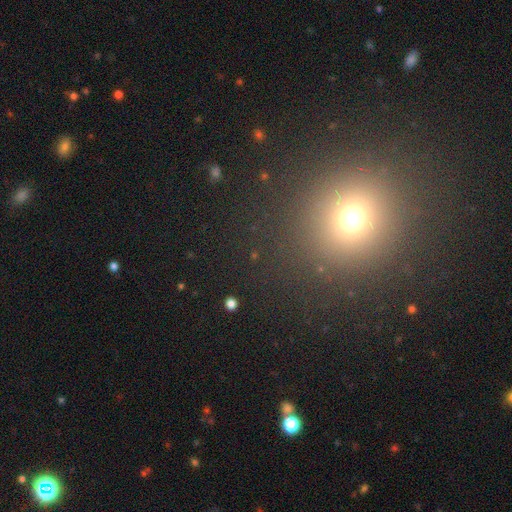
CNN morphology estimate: Smooth or featured?
  - smooth: 57% *
  - star or artifact: 36%
  - featured or disk: 7%
How rounded?
  - round: 87% *
  - in between: 11%
  - cigar-shaped: 1%
Merging?
  - none: 90% *
  - minor disturbance: 5%
  - major disturbance: 3%
  - merger: 2%